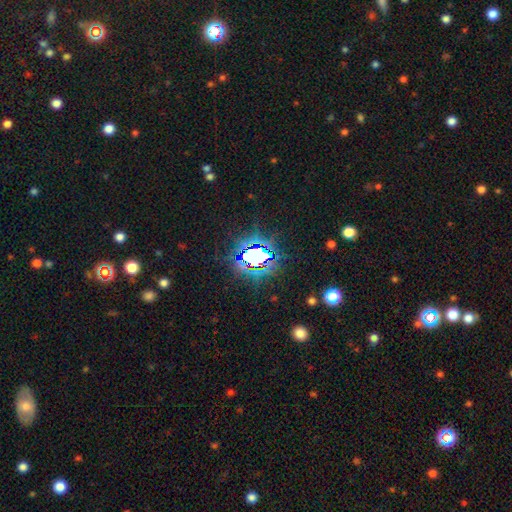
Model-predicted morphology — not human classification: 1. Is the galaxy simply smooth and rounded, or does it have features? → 70% star or artifact, 18% smooth, 12% featured or disk.